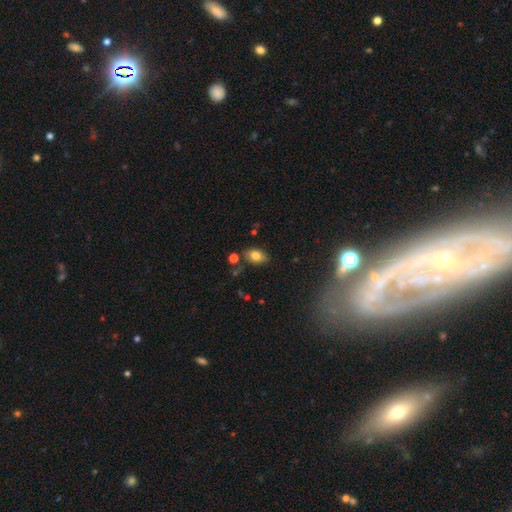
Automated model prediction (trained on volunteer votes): This appears to be a smooth galaxy with no disk features (79%) that is in between round and cigar-shaped (88%). Merging: none (77%).